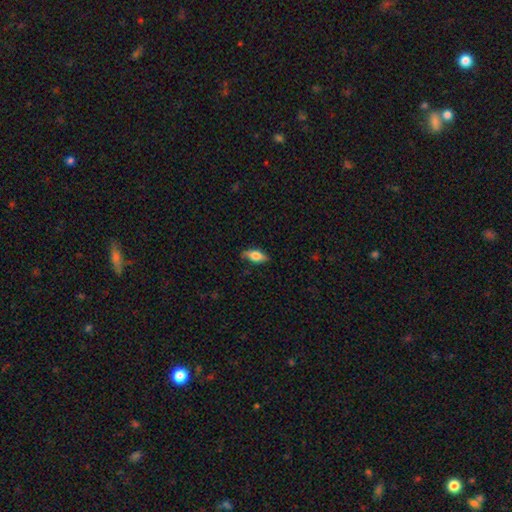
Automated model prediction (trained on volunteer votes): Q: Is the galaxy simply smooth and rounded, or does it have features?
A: smooth — 68%.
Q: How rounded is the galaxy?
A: in between — 81%.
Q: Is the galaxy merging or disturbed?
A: none — 76%.